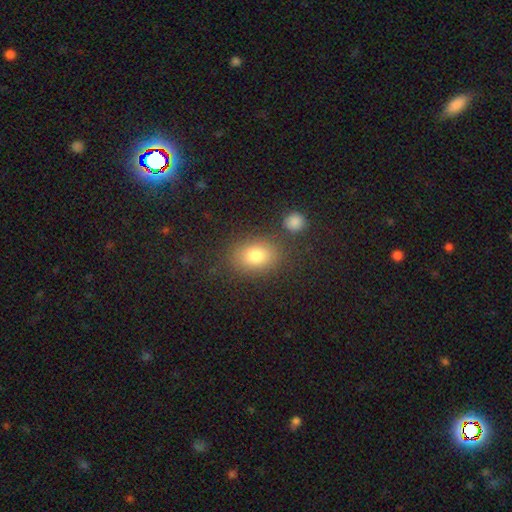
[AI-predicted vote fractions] This is clearly a smooth galaxy (80%). How rounded: likely in between (70%). Merging: likely none (78%).